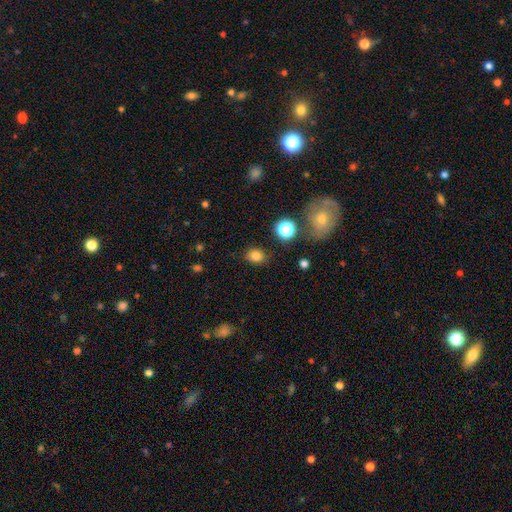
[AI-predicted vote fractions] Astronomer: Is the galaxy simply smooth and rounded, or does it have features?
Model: smooth — 81%.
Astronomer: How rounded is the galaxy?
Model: in between — 53% (runner-up: round, 46%).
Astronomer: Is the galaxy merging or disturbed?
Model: none — 83%.